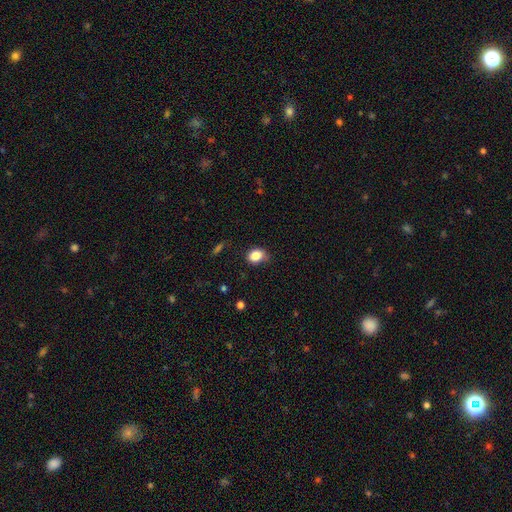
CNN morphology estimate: This is clearly a smooth galaxy (84%). How rounded: possibly in between (57%). Merging: likely none (68%).